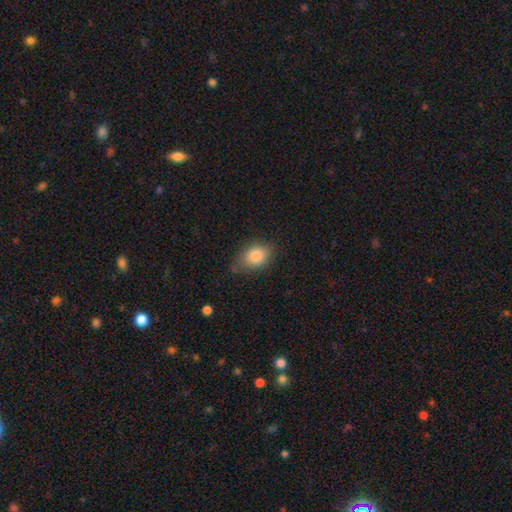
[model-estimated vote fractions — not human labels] Overall: smooth (84%). How rounded: in between (79%). Merging: none (69%).